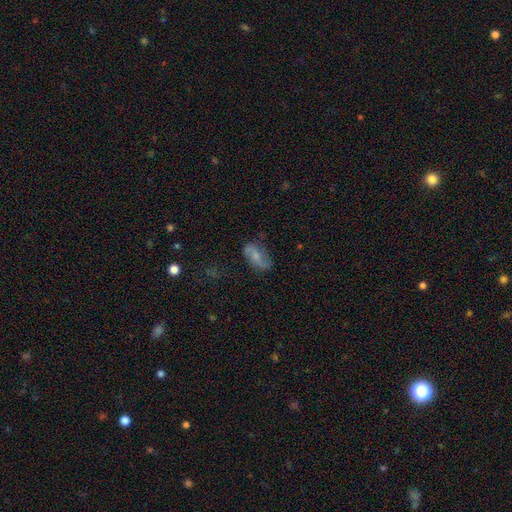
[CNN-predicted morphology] Overall: smooth (47%; featured or disk 44%). Merging: none (64%).